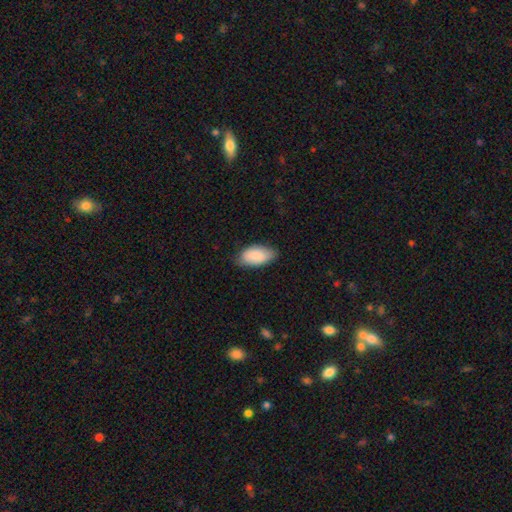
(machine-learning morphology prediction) type=smooth (87%); roundness=in between (94%); merging=none (75%).